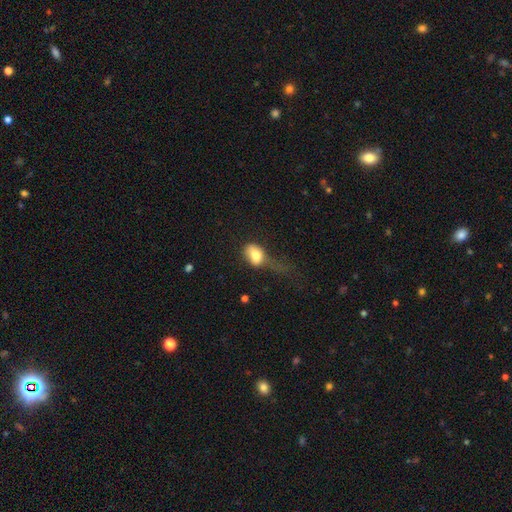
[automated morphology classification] Smooth or featured? Predicted: smooth (p=0.78). How rounded? Predicted: in between (p=0.78). Merging? Predicted: major disturbance (p=0.50).